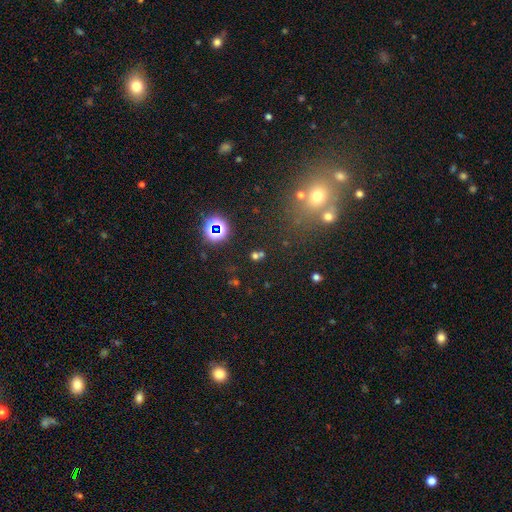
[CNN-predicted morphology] Smooth or featured?
  - smooth: 47% *
  - star or artifact: 42%
  - featured or disk: 11%
Merging?
  - none: 63% *
  - merger: 23%
  - minor disturbance: 9%
  - major disturbance: 5%